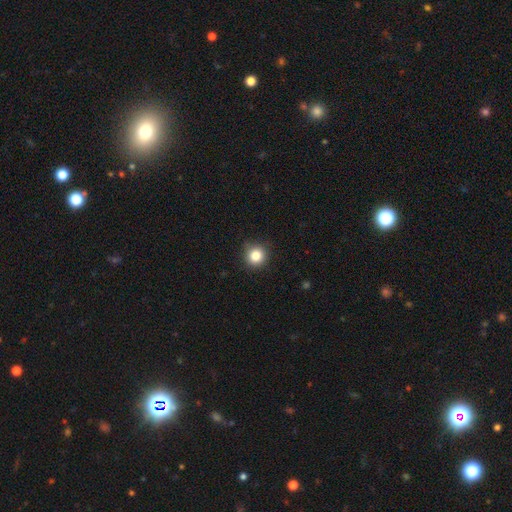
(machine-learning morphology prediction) smooth_or_featured: smooth (p=0.83) [alt: star or artifact p=0.11]
how_rounded: round (p=0.94) [alt: in between p=0.05]
merging: none (p=0.88) [alt: minor disturbance p=0.09]